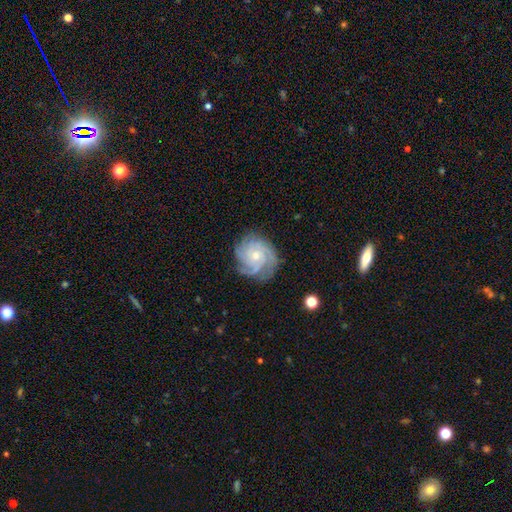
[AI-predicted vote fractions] Smooth or featured: featured or disk — 87% (smooth — 7%)
Edge-on disk: no — 98% (yes — 2%)
Bar: no — 76% (weak — 21%)
Spiral arms: yes — 98% (no — 2%)
Spiral winding: tight — 70% (medium — 26%)
Spiral arm count: 4 — 33% (3 — 28%)
Bulge size: small — 61% (moderate — 36%)
Merging: none — 78% (minor disturbance — 16%)